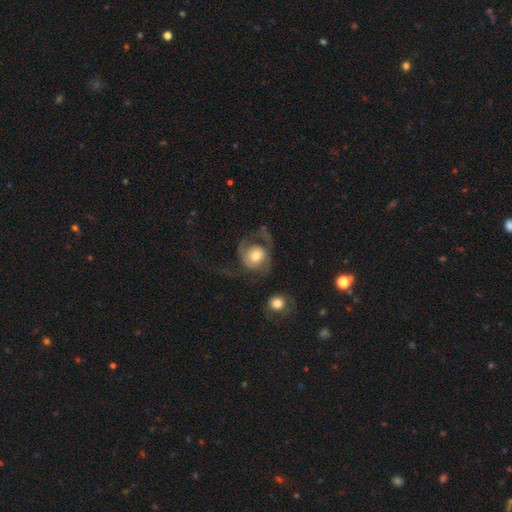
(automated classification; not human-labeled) Q: Smooth or featured?
A: featured or disk (57%); runner-up: smooth (36%)
Q: Edge-on disk?
A: no (97%); runner-up: yes (3%)
Q: Bar?
A: no (80%); runner-up: weak (16%)
Q: Spiral arms?
A: yes (75%); runner-up: no (25%)
Q: Bulge size?
A: moderate (67%); runner-up: small (15%)
Q: Merging?
A: major disturbance (45%); runner-up: none (34%)